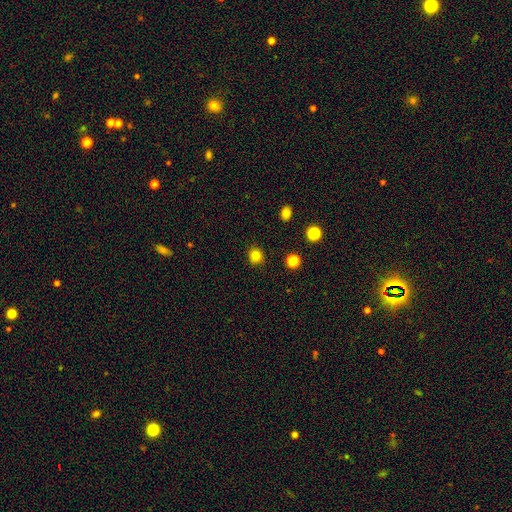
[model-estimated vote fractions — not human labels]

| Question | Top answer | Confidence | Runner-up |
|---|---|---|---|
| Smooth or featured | smooth | 81% | star or artifact (13%) |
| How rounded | round | 83% | in between (16%) |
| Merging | none | 90% | minor disturbance (7%) |